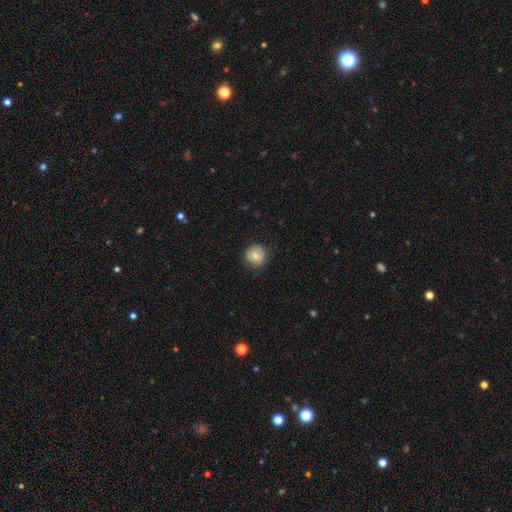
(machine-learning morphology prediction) type=smooth (71%); roundness=round (91%); merging=none (77%).